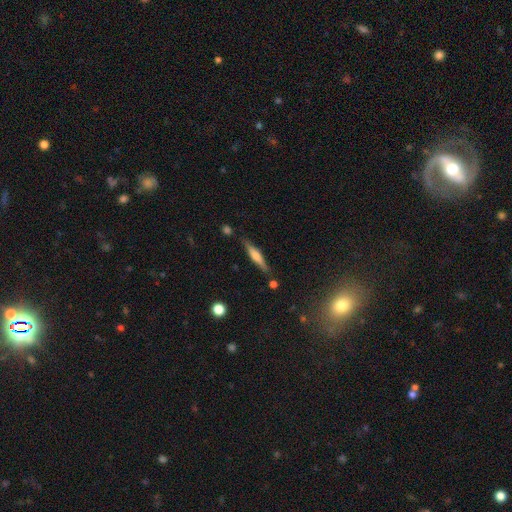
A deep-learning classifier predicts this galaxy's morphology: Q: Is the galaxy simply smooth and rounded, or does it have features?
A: featured or disk — 52%.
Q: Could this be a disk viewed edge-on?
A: yes — 96%.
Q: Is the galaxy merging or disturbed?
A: none — 82%.